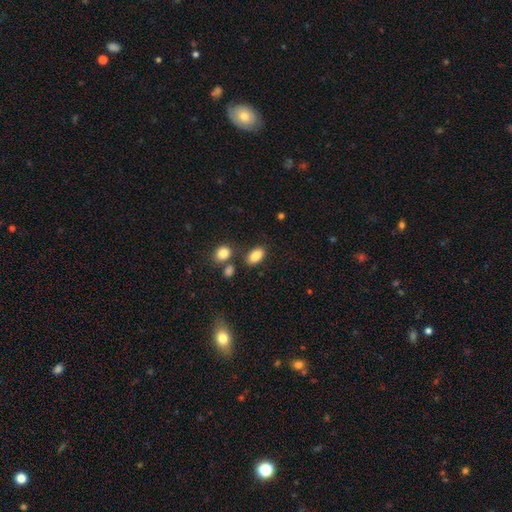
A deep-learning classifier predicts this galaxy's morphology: The model was most divided on "merging": none: 76%, minor disturbance: 11%, merger: 9%, major disturbance: 4%. More confident: how rounded — in between (90%); smooth or featured — smooth (85%).